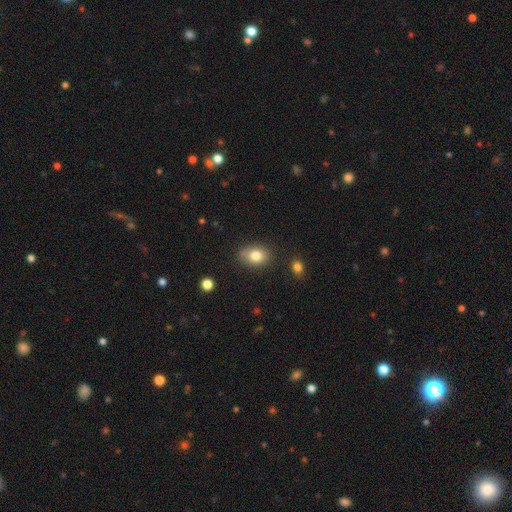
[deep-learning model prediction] Morphology: type=smooth (80%); roundness=in between (70%); merging=none (73%).